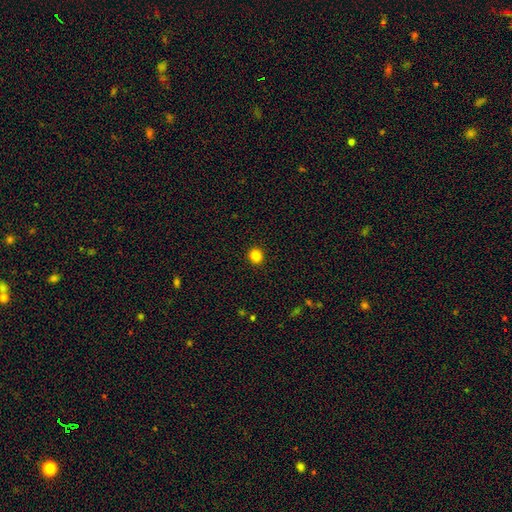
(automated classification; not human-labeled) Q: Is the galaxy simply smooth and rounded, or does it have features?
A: smooth — 85%.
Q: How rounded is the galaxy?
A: round — 85%.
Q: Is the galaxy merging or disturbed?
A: none — 93%.